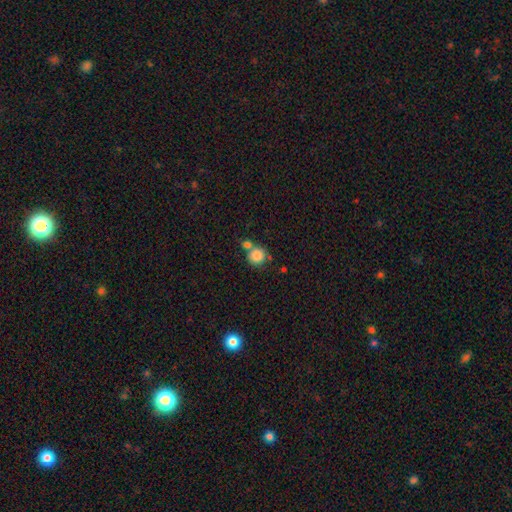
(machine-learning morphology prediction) type=smooth (85%); roundness=round (89%); merging=none (55%).